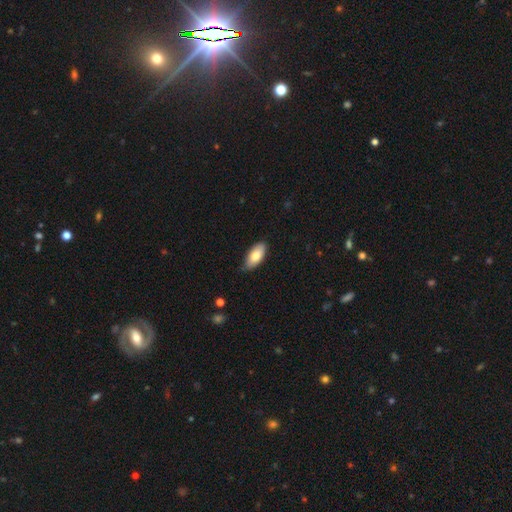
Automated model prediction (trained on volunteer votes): Smooth or featured: smooth — 76% (featured or disk — 18%)
How rounded: in between — 91% (cigar-shaped — 7%)
Merging: none — 80% (minor disturbance — 17%)